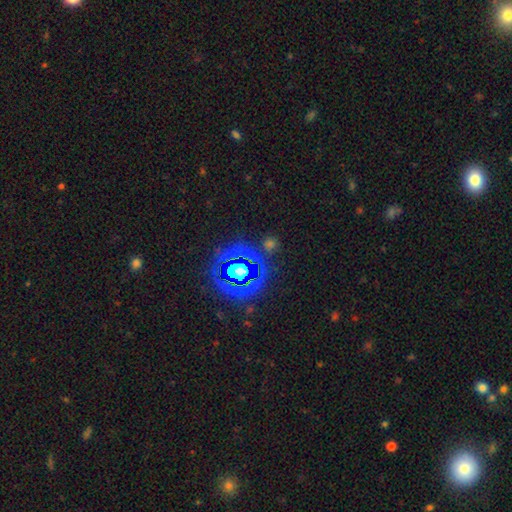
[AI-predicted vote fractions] This is likely a star or artifact rather than a galaxy (78%).